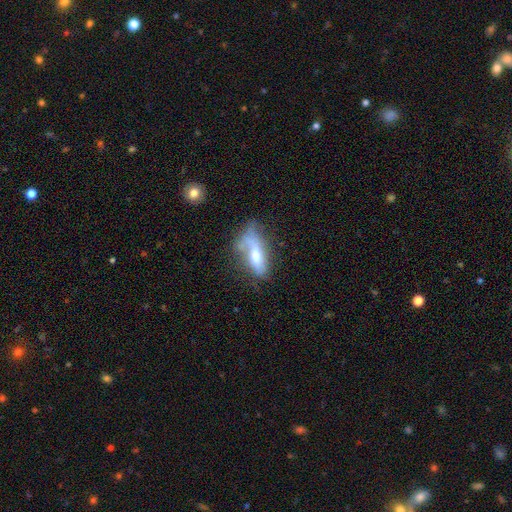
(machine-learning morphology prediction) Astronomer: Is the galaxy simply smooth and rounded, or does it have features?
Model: featured or disk — 48% (runner-up: smooth, 44%).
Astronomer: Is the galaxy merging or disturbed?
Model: none — 33% (runner-up: minor disturbance, 27%).